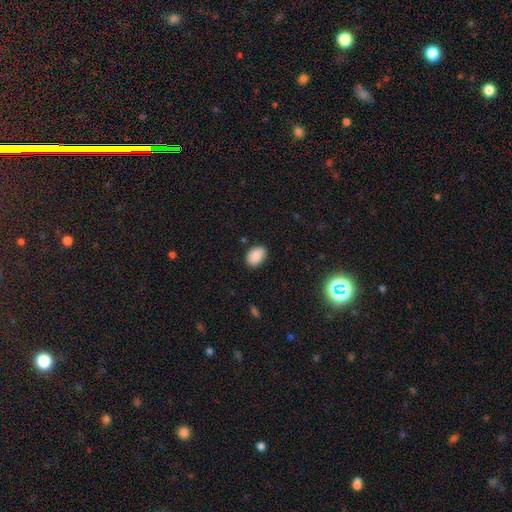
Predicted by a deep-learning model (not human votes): Smooth or featured? smooth (88%)
How rounded? in between (81%)
Merging? none (85%)